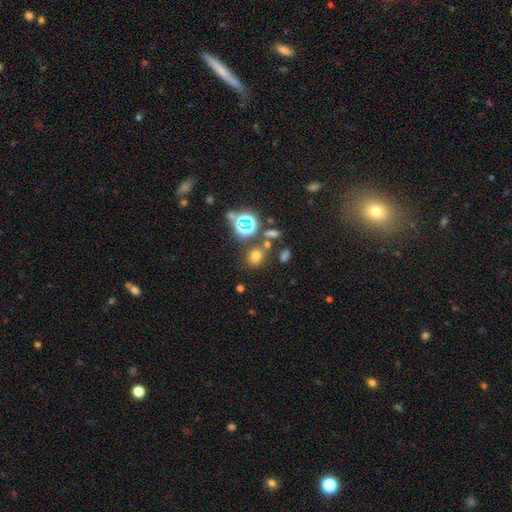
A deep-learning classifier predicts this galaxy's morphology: The model was most divided on "how rounded": round: 57%, in between: 42%, cigar-shaped: 1%. More confident: merging — none (70%); smooth or featured — smooth (61%).